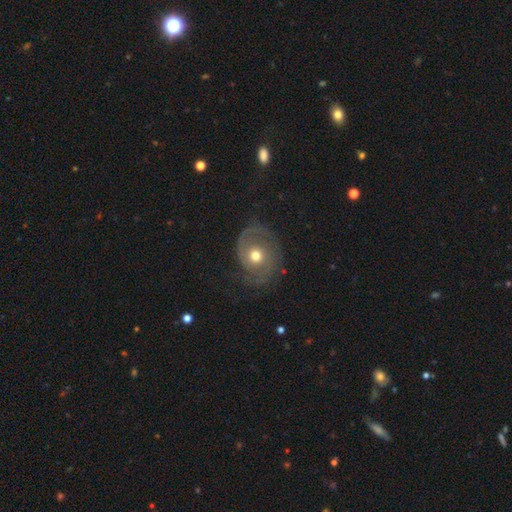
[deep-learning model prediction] Morphology: type=featured or disk (70%); edge-on=no (97%); bar=no (81%); spiral arms=yes (83%); winding=tight (40%); arm count=2 (63%); bulge=moderate (72%); merging=none (63%).